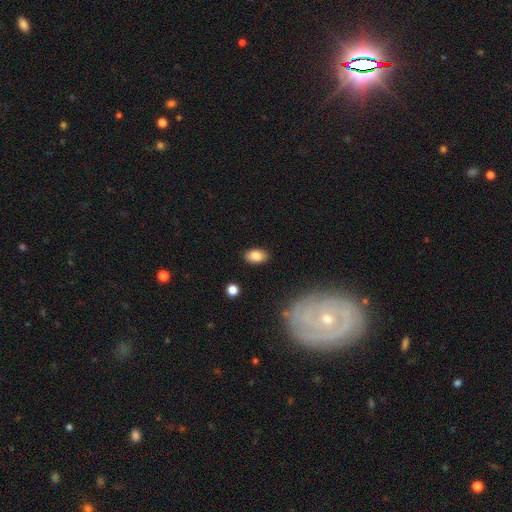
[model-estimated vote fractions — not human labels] Q: Smooth or featured?
A: smooth (85%); runner-up: star or artifact (8%)
Q: How rounded?
A: in between (91%); runner-up: round (7%)
Q: Merging?
A: none (86%); runner-up: minor disturbance (10%)